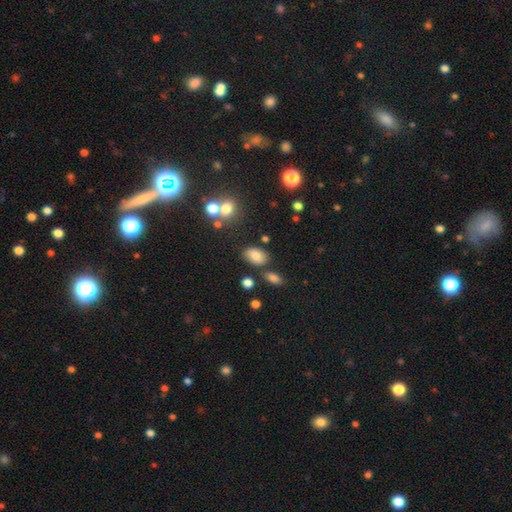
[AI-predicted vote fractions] Q: Smooth or featured?
A: smooth (80%); runner-up: star or artifact (11%)
Q: How rounded?
A: in between (86%); runner-up: round (13%)
Q: Merging?
A: none (75%); runner-up: minor disturbance (14%)